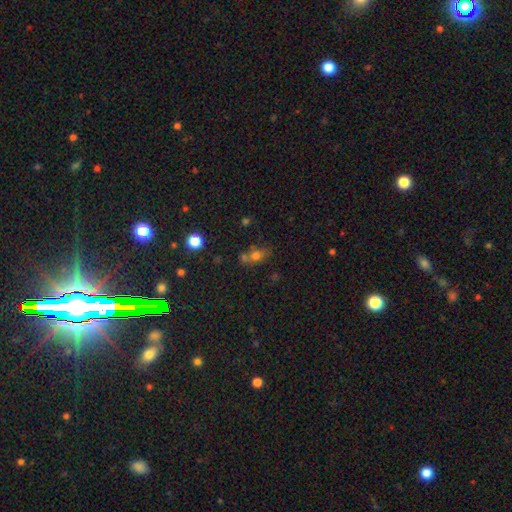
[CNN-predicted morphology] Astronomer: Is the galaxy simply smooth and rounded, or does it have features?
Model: smooth — 66%.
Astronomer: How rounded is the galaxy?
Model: in between — 59% (runner-up: round, 36%).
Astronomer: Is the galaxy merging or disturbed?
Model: none — 50% (runner-up: merger, 29%).